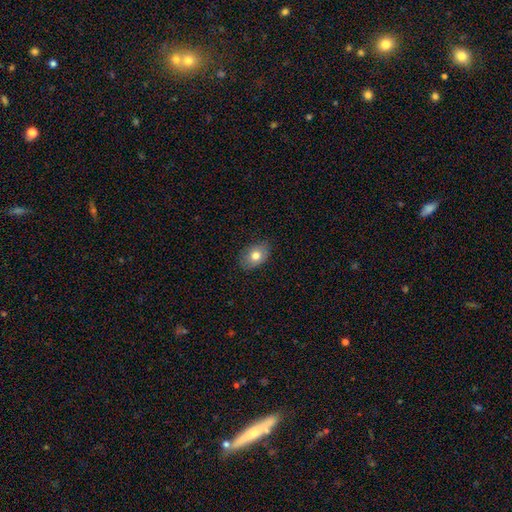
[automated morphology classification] Smooth or featured? Predicted: smooth (p=0.77). How rounded? Predicted: in between (p=0.78). Merging? Predicted: none (p=0.85).